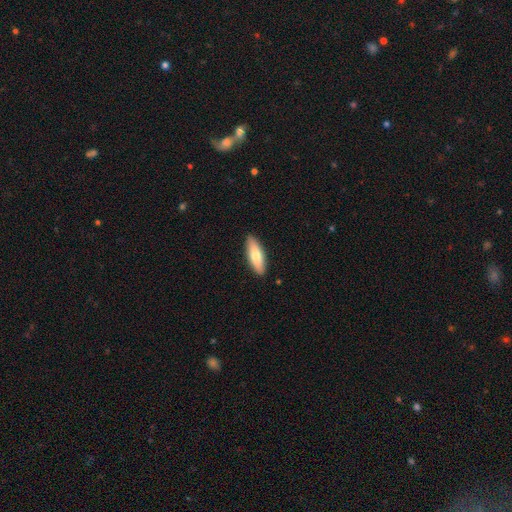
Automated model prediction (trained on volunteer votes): smooth 74%, featured or disk 21%, star or artifact 5%. Down the decision tree: how rounded — in between (53%); merging — none (89%).